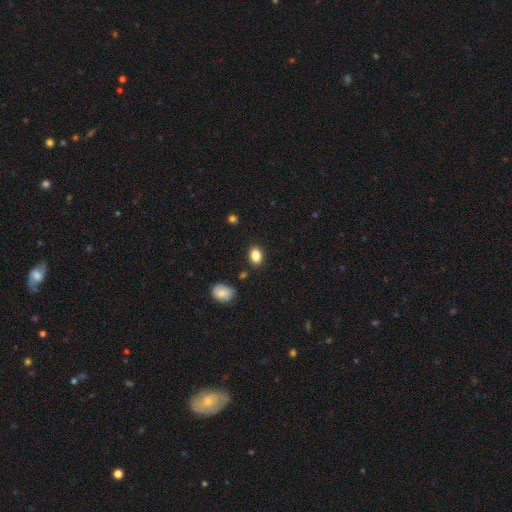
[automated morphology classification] smooth-or-featured: smooth: 86% | star or artifact: 9% | featured or disk: 5%
  how-rounded: in between: 75% | round: 24% | cigar-shaped: 1%
  merging: none: 86% | minor disturbance: 9% | major disturbance: 2% | merger: 2%